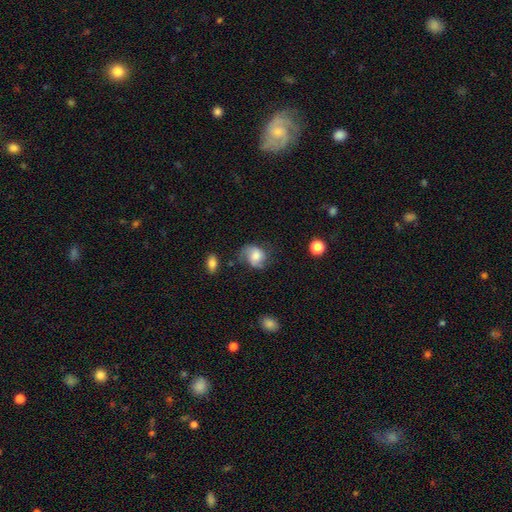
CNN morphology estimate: featured or disk 51%, smooth 40%, star or artifact 9%. Down the decision tree: edge-on disk — no (97%); merging — none (55%).